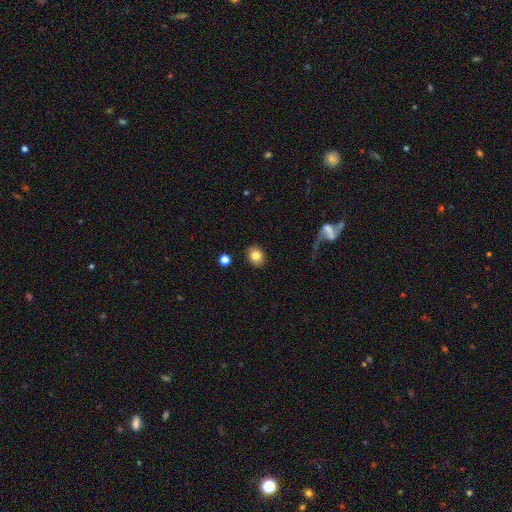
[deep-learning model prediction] This is clearly a smooth galaxy (81%). How rounded: possibly round (52%). Merging: clearly none (87%).